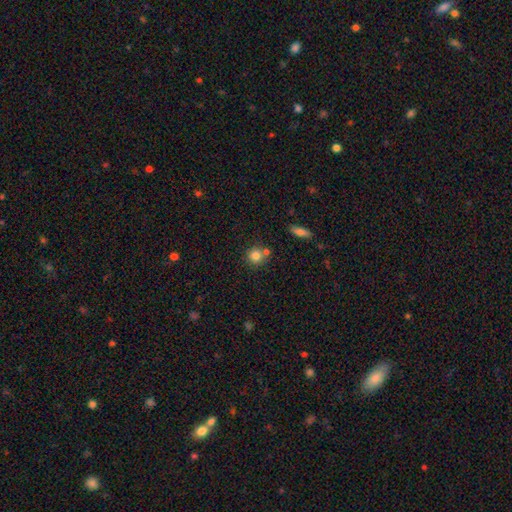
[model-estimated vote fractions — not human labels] smooth-or-featured: smooth: 81% | star or artifact: 11% | featured or disk: 8%
  how-rounded: round: 90% | in between: 9% | cigar-shaped: 1%
  merging: none: 63% | merger: 24% | minor disturbance: 10% | major disturbance: 3%